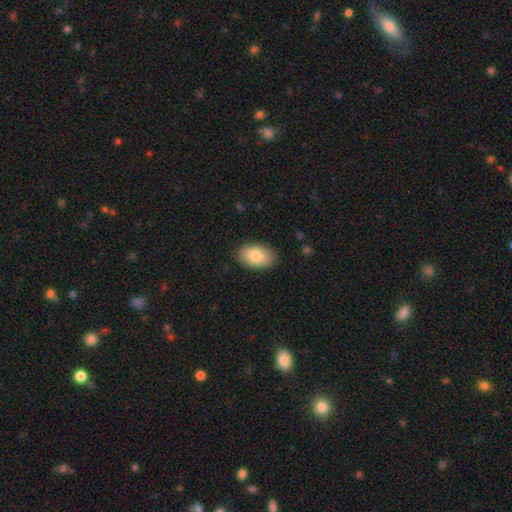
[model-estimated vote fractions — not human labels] Smooth or featured?
  - smooth: 83% *
  - featured or disk: 11%
  - star or artifact: 6%
How rounded?
  - in between: 90% *
  - round: 9%
  - cigar-shaped: 1%
Merging?
  - none: 86% *
  - minor disturbance: 11%
  - major disturbance: 2%
  - merger: 1%